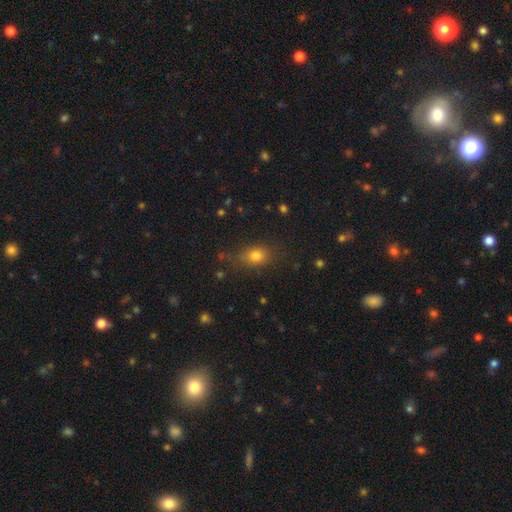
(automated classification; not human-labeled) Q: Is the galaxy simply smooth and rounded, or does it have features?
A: smooth — 78%.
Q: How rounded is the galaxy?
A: in between — 61%.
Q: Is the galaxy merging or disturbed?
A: none — 75%.